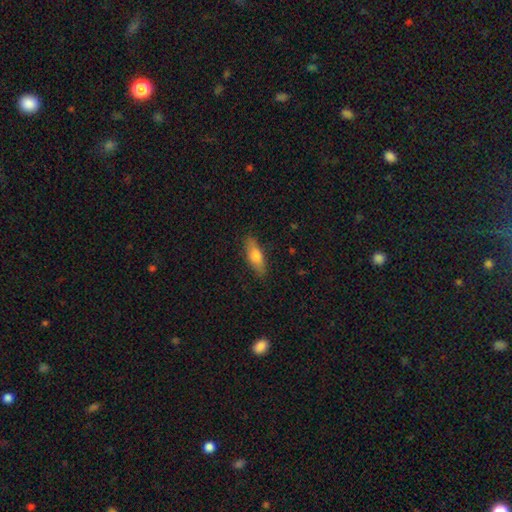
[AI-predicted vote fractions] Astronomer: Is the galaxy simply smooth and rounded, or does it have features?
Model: smooth — 69%.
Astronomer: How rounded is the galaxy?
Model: in between — 55% (runner-up: cigar-shaped, 43%).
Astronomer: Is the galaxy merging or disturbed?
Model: none — 86%.